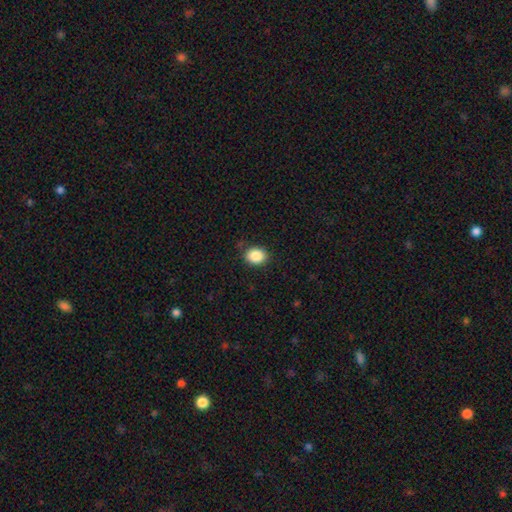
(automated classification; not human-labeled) Smooth or featured? Predicted: smooth (p=0.87). How rounded? Predicted: in between (p=0.50). Merging? Predicted: none (p=0.86).